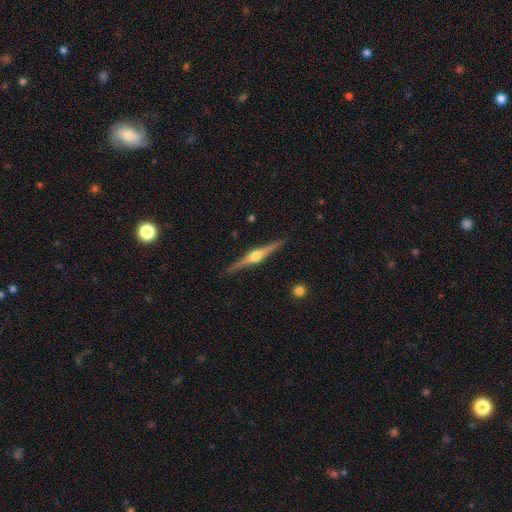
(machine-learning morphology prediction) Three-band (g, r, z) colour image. It shows a featured or disk galaxy (85%) viewed edge-on (98%) with a rounded central bulge (95%). Merging: none (91%).